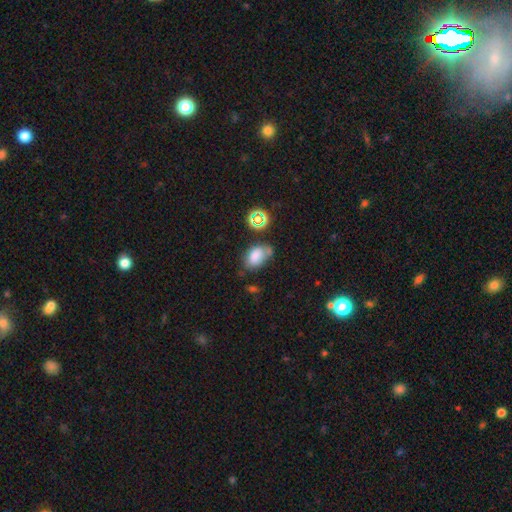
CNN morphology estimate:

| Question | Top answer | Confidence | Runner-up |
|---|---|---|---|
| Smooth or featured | smooth | 75% | star or artifact (15%) |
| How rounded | in between | 85% | round (13%) |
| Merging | none | 52% | minor disturbance (25%) |